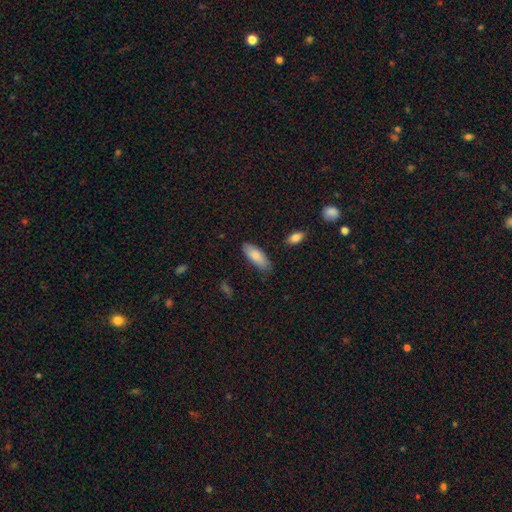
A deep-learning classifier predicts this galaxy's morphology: A smooth galaxy with no disk features (85%) that is in between round and cigar-shaped (72%). Merging: none (80%).